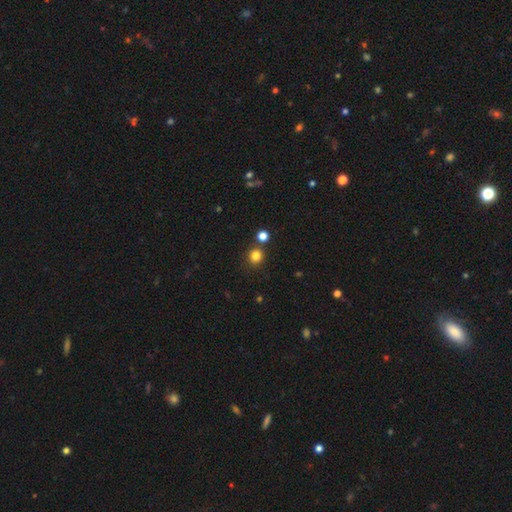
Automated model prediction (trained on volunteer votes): Smooth or featured? smooth (81%)
How rounded? round (89%)
Merging? none (81%)